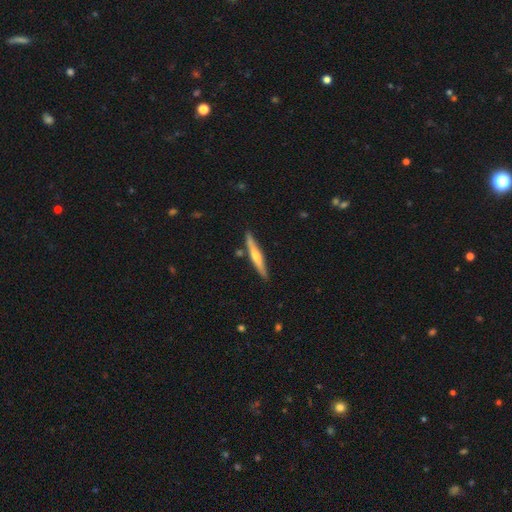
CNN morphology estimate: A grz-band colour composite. It shows a featured or disk galaxy (61%) viewed edge-on (97%) with a rounded central bulge (76%). Merging: none (86%).